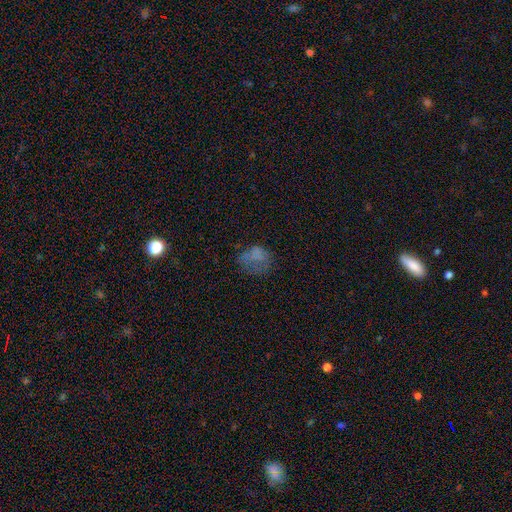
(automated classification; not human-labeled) smooth_or_featured: smooth (p=0.59) [alt: featured or disk p=0.22]
how_rounded: round (p=0.55) [alt: in between p=0.44]
merging: none (p=0.45) [alt: major disturbance p=0.27]